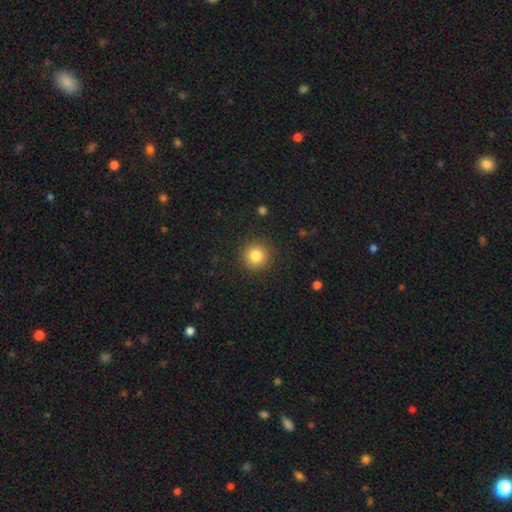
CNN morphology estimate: This is clearly a smooth galaxy (83%). How rounded: clearly round (95%). Merging: clearly none (91%).